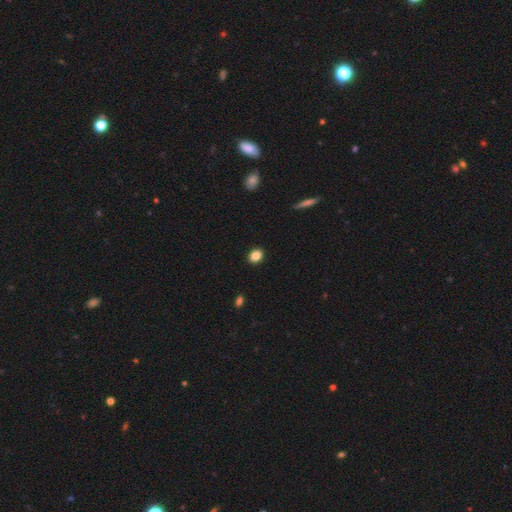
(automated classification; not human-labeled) This appears to be a smooth galaxy with no disk features (86%) that is in between round and cigar-shaped (53%). Merging: none (91%).